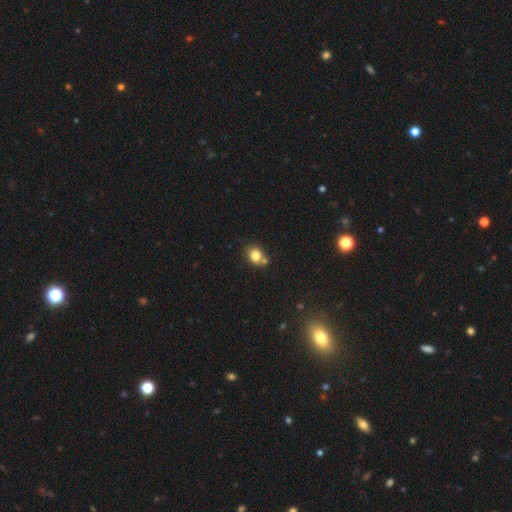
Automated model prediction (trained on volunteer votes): This appears to be a smooth galaxy with no disk features (80%) that is round (64%). Merging: none (56%).